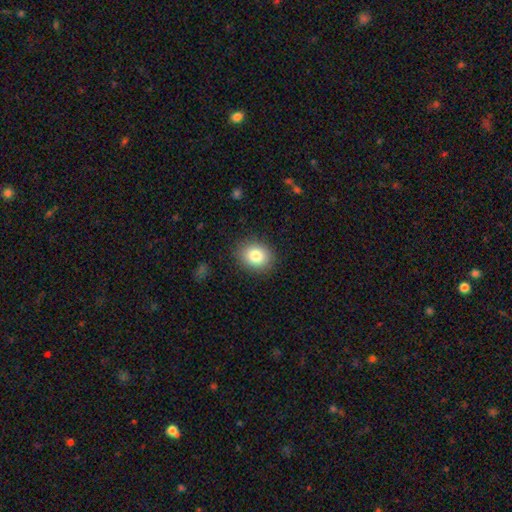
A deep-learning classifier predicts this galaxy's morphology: type=smooth (82%); roundness=round (55%); merging=none (87%).